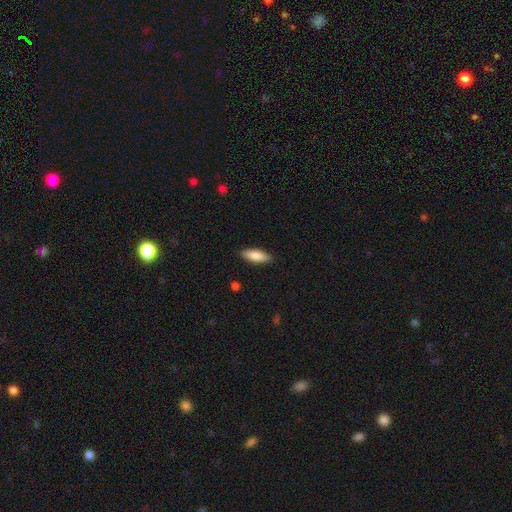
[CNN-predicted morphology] A smooth galaxy with no disk features (82%) that is in between round and cigar-shaped (68%).

Vote fractions:
- Smooth or featured? smooth: 82% / featured or disk: 12% / star or artifact: 6%
- How rounded? in between: 68% / cigar-shaped: 31% / round: 2%
- Merging? none: 88% / minor disturbance: 9% / major disturbance: 2% / merger: 1%